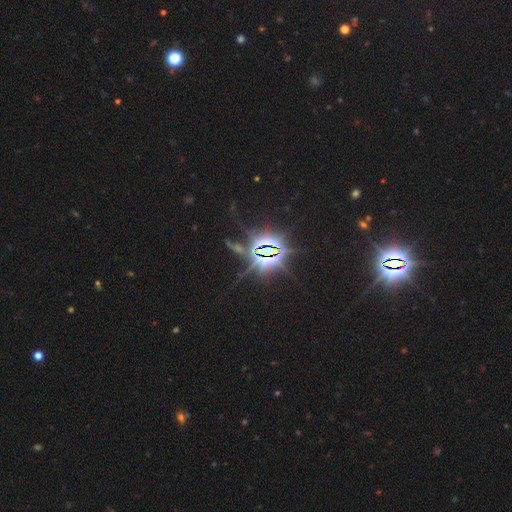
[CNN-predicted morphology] A star or artifact, not a galaxy (84%).

Vote fractions:
- Smooth or featured? star or artifact: 84% / smooth: 10% / featured or disk: 6%